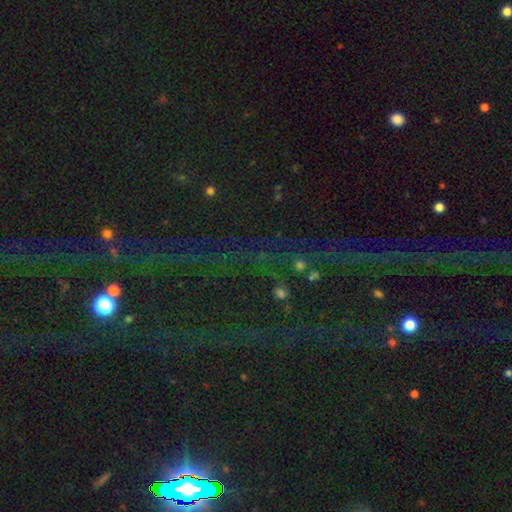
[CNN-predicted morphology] Q: Smooth or featured?
A: star or artifact (80%); runner-up: featured or disk (10%)